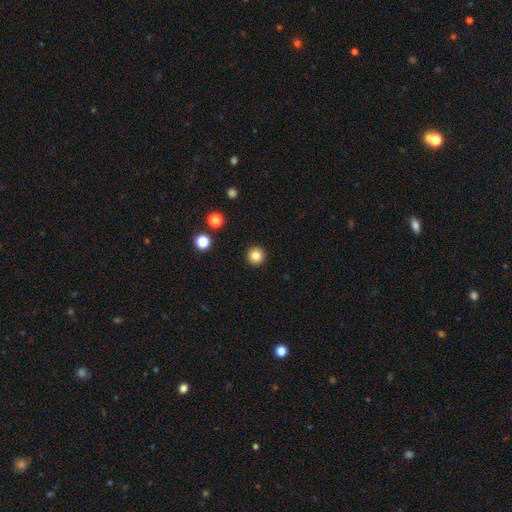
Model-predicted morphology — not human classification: Q: Smooth or featured?
A: smooth (83%); runner-up: star or artifact (11%)
Q: How rounded?
A: round (96%); runner-up: in between (3%)
Q: Merging?
A: none (93%); runner-up: minor disturbance (4%)